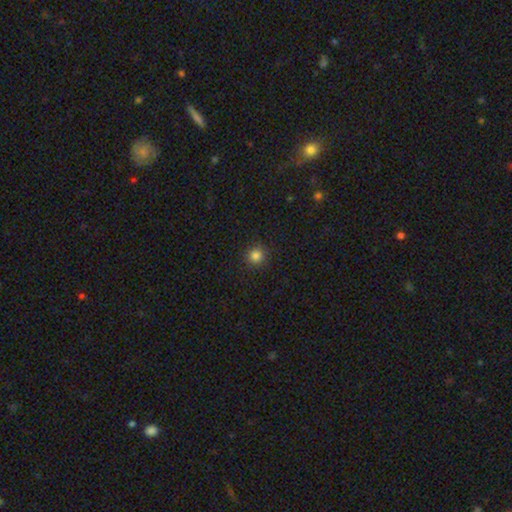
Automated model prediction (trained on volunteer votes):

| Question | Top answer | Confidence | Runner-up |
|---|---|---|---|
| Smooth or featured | smooth | 83% | star or artifact (13%) |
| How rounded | round | 94% | in between (5%) |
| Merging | none | 92% | minor disturbance (6%) |